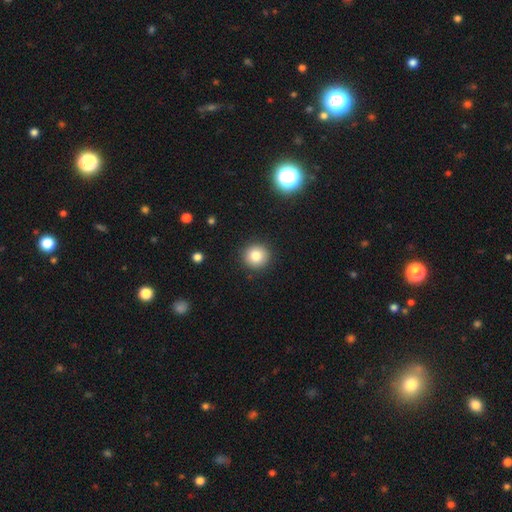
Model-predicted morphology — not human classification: Overall: smooth (81%). How rounded: round (93%). Merging: none (91%).